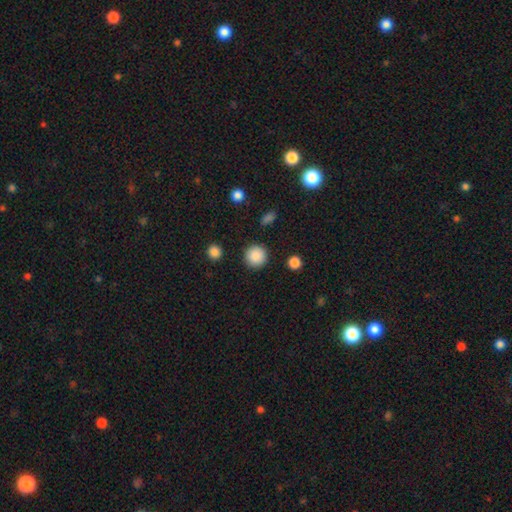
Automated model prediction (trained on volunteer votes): This appears to be a smooth galaxy with no disk features (88%) that is round (95%). Merging: none (91%).